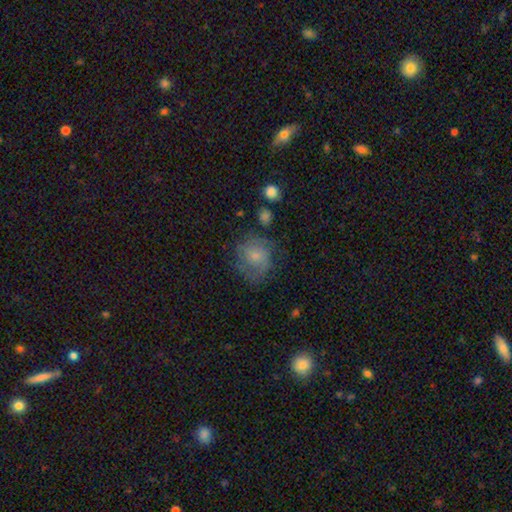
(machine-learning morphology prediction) This appears to be a smooth galaxy with no disk features (53%) that is round (76%). Merging: none (54%).